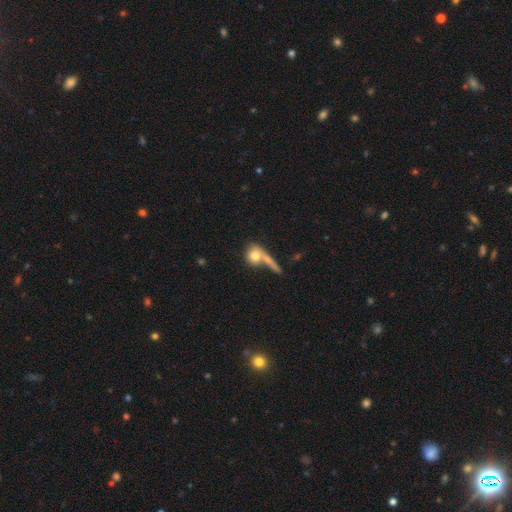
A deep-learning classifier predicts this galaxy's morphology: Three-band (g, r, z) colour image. It shows a smooth galaxy with no disk features (71%) that is round (68%). Merging: merger (38%, tied with none).